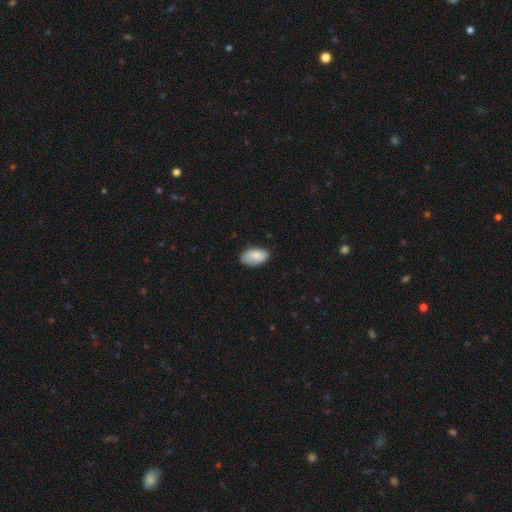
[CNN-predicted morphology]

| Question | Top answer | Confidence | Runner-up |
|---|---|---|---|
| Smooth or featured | smooth | 84% | featured or disk (9%) |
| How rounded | in between | 94% | round (4%) |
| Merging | none | 73% | minor disturbance (22%) |